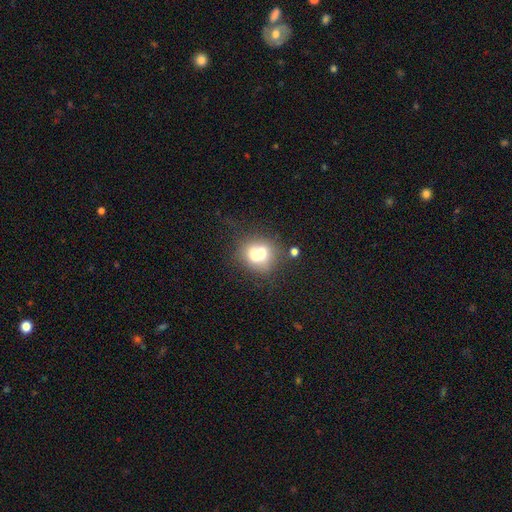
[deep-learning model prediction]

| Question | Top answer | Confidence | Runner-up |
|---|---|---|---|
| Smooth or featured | smooth | 64% | featured or disk (25%) |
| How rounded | round | 77% | in between (22%) |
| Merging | merger | 50% | none (35%) |